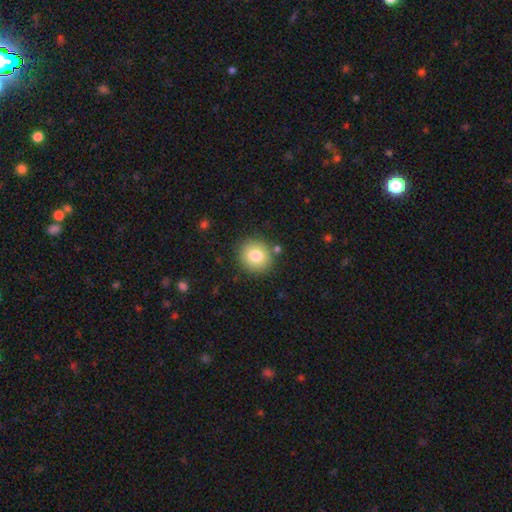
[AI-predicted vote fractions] Smooth or featured: smooth — 79% (featured or disk — 11%)
How rounded: round — 89% (in between — 10%)
Merging: none — 86% (minor disturbance — 8%)